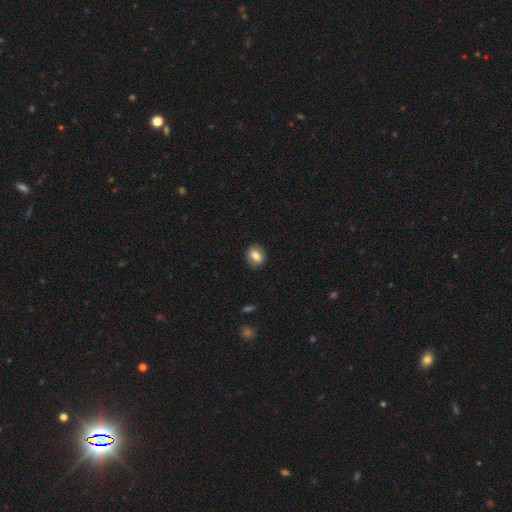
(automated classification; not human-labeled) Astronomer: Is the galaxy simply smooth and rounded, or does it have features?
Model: smooth — 72%.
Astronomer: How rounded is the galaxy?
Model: in between — 53% (runner-up: round, 46%).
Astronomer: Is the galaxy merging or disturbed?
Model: none — 85%.